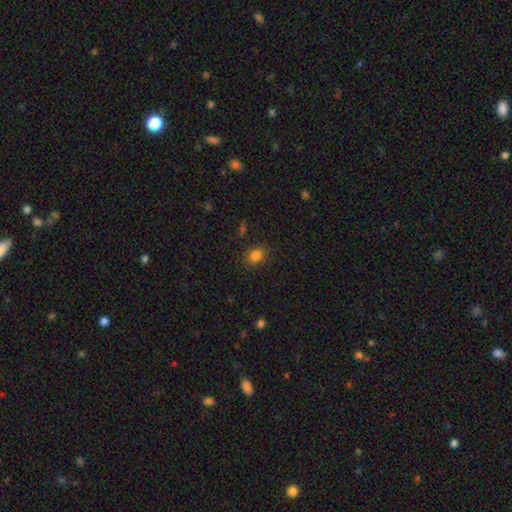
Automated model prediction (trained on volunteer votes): A smooth galaxy with no disk features (82%) that is in between round and cigar-shaped (52%).

Vote fractions:
- Smooth or featured? smooth: 82% / star or artifact: 13% / featured or disk: 5%
- How rounded? in between: 52% / round: 46% / cigar-shaped: 1%
- Merging? none: 84% / minor disturbance: 11% / major disturbance: 3% / merger: 1%